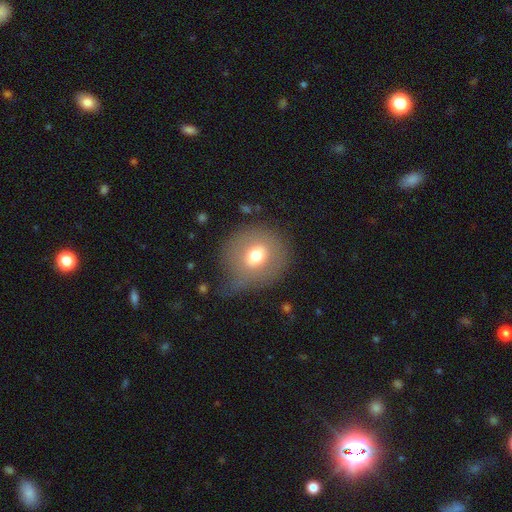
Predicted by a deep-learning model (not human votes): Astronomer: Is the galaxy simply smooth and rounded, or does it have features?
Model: smooth — 66%.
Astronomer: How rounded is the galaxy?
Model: round — 84%.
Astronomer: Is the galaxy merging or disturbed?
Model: none — 61%.